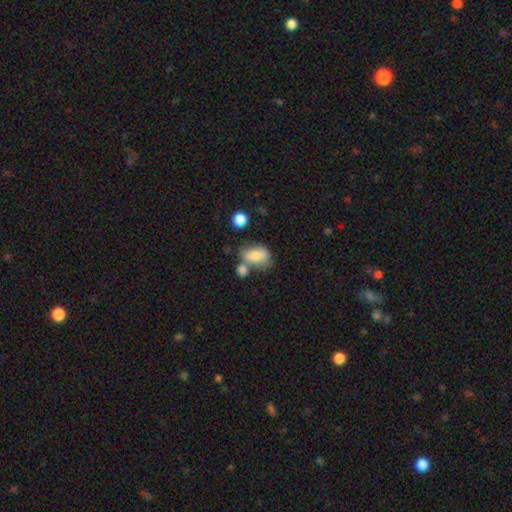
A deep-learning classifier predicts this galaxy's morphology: The model was most divided on "merging": none: 39%, merger: 31%, minor disturbance: 20%, major disturbance: 9%. More confident: how rounded — in between (82%); smooth or featured — smooth (75%).